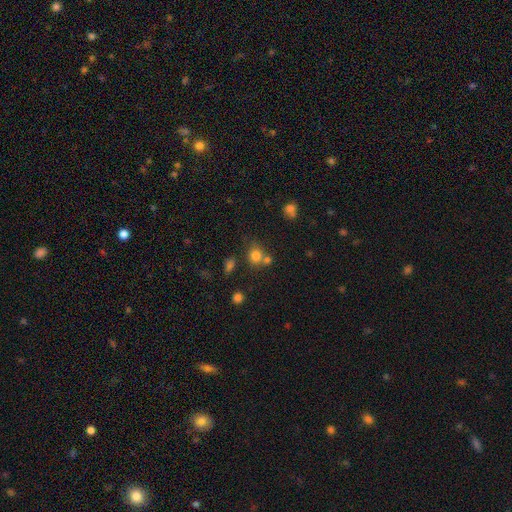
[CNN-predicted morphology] This appears to be a smooth galaxy with no disk features (78%) that is round (80%). Merging: none (54%).